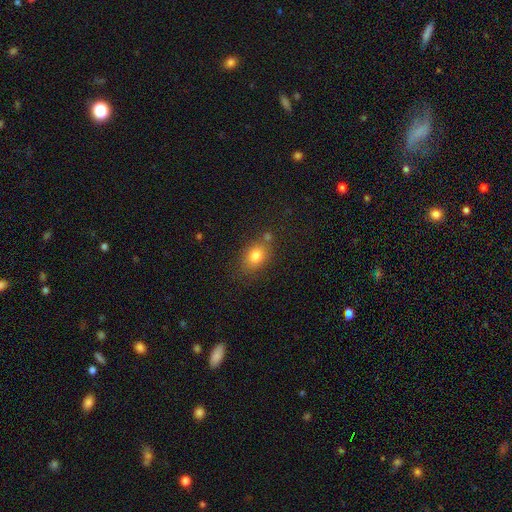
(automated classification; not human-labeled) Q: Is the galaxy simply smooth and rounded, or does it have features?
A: smooth — 80%.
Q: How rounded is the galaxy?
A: in between — 70%.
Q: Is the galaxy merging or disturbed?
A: none — 70%.